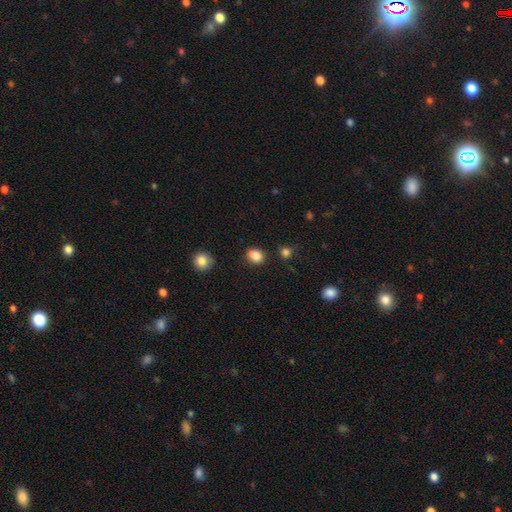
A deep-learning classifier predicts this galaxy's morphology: type=smooth (86%); roundness=round (53%); merging=none (81%).